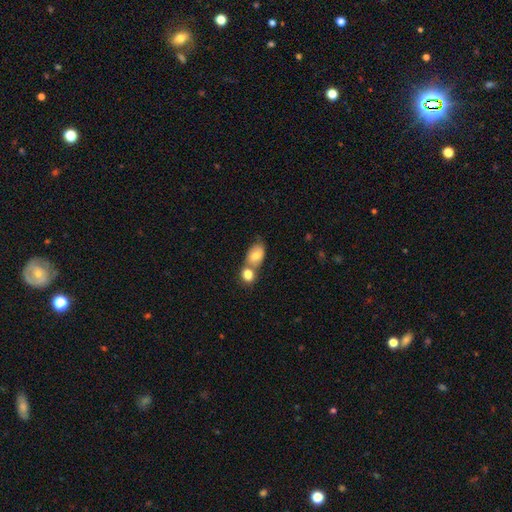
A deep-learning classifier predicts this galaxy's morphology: type=smooth (76%); roundness=in between (80%); merging=merger (48%).